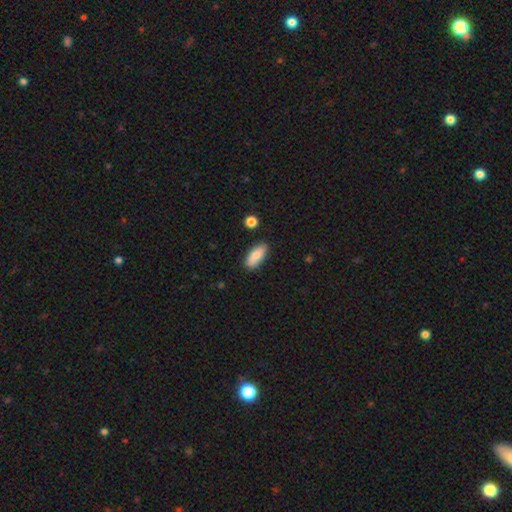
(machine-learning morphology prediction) Smooth or featured? smooth (82%)
How rounded? in between (82%)
Merging? none (79%)